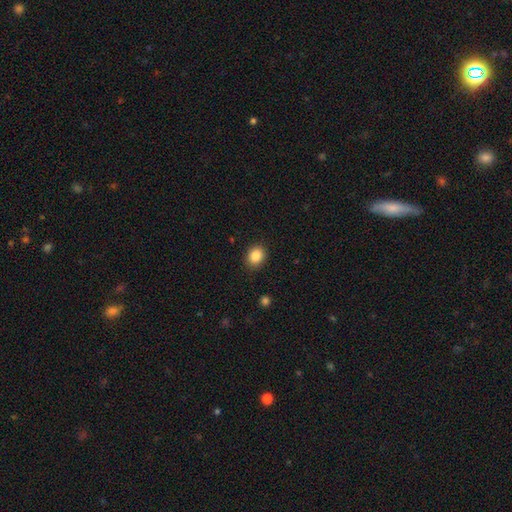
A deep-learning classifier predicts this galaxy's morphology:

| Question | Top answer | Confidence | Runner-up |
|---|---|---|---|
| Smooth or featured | smooth | 86% | star or artifact (9%) |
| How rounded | round | 60% | in between (39%) |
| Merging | none | 89% | minor disturbance (8%) |